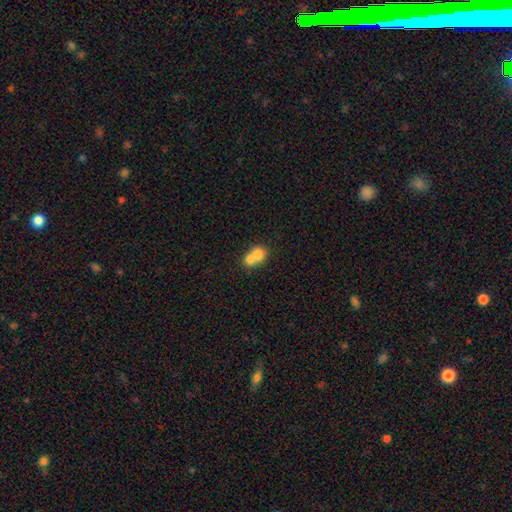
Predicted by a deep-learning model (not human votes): This is likely a smooth galaxy (72%). How rounded: likely round (65%). Merging: likely merger (73%).